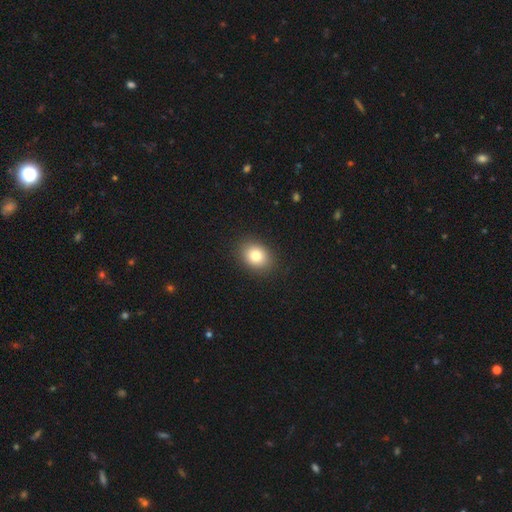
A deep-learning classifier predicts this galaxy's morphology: A smooth galaxy with no disk features (82%) that is in between round and cigar-shaped (54%).

Vote fractions:
- Smooth or featured? smooth: 82% / star or artifact: 10% / featured or disk: 8%
- How rounded? in between: 54% / round: 45% / cigar-shaped: 1%
- Merging? none: 89% / minor disturbance: 8% / major disturbance: 2% / merger: 1%